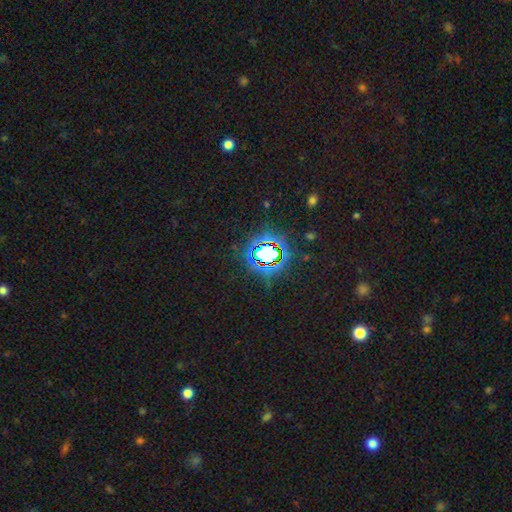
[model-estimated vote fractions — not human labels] A star or artifact, not a galaxy (80%).